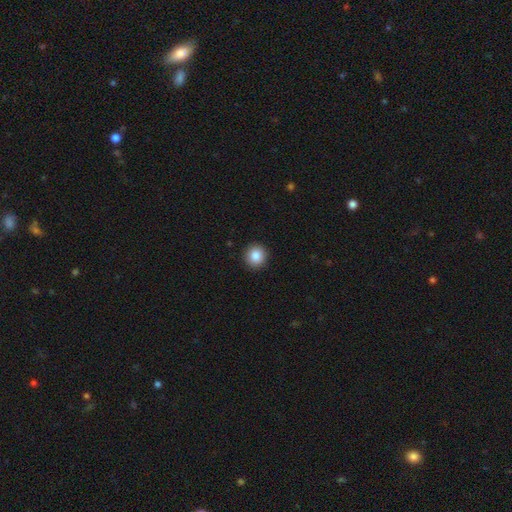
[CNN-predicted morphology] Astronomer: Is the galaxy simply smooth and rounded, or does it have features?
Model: smooth — 85%.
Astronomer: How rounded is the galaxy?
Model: round — 93%.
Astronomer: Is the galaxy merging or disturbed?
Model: none — 93%.